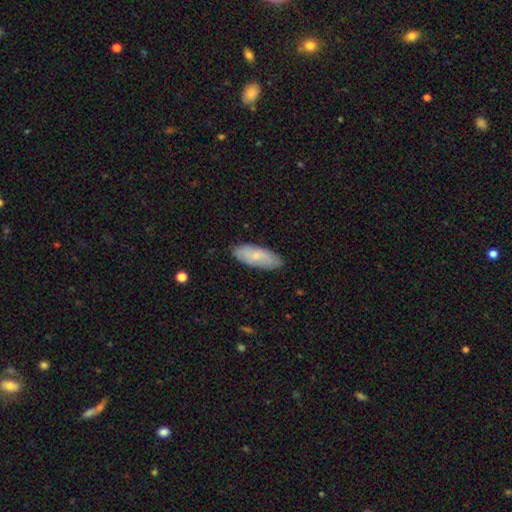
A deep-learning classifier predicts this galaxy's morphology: Overall: smooth (74%). How rounded: in between (77%). Merging: none (85%).